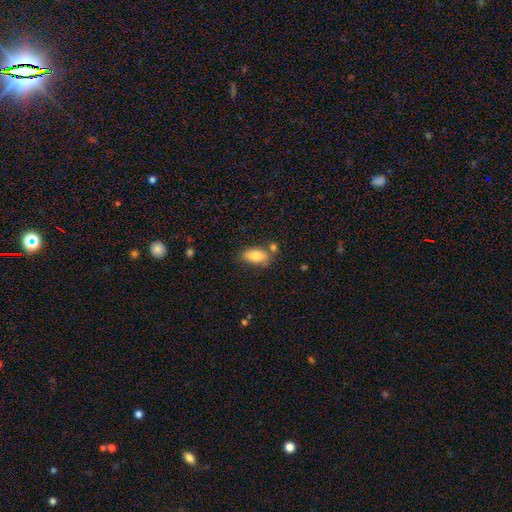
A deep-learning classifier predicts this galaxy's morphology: Smooth or featured? smooth (82%)
How rounded? in between (88%)
Merging? none (63%)